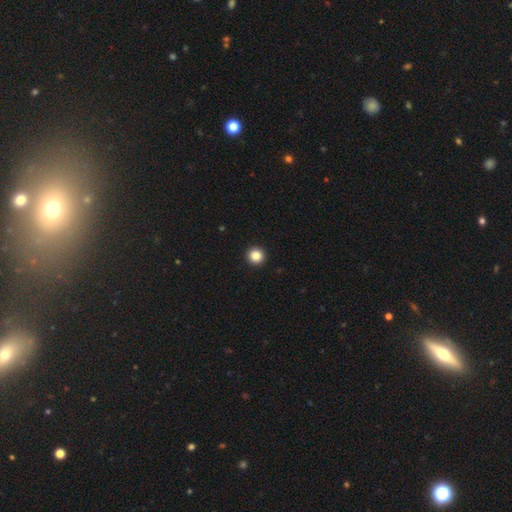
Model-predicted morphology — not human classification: Smooth or featured?
  - smooth: 86% *
  - star or artifact: 10%
  - featured or disk: 4%
How rounded?
  - round: 96% *
  - in between: 3%
  - cigar-shaped: 1%
Merging?
  - none: 94% *
  - minor disturbance: 3%
  - major disturbance: 1%
  - merger: 1%